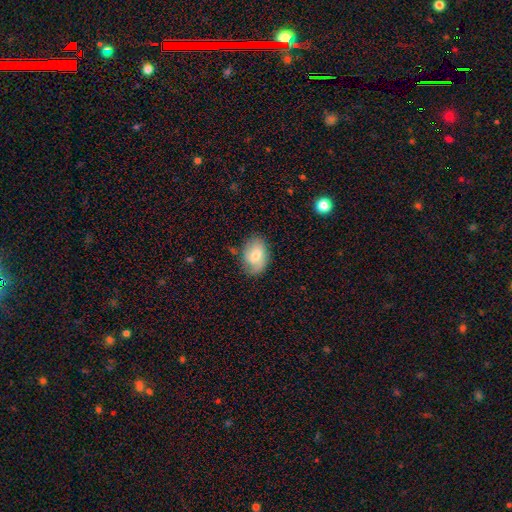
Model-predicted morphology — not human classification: Smooth or featured? smooth (67%)
How rounded? in between (86%)
Merging? none (73%)